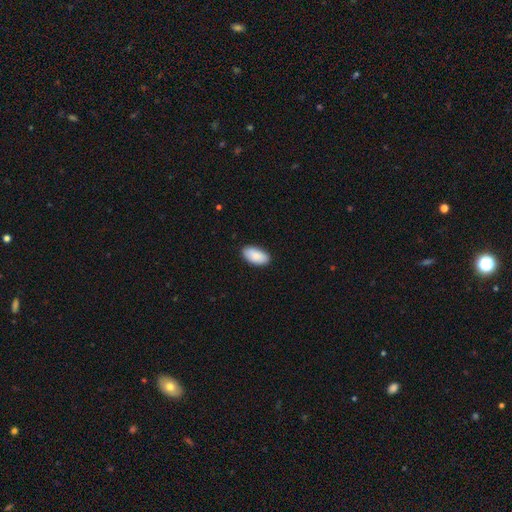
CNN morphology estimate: smooth-or-featured: smooth: 88% | star or artifact: 6% | featured or disk: 6%
  how-rounded: in between: 94% | cigar-shaped: 3% | round: 2%
  merging: none: 84% | minor disturbance: 13% | major disturbance: 2% | merger: 1%